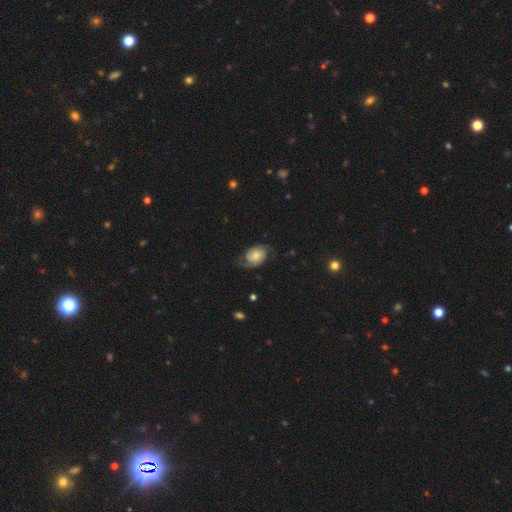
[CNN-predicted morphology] type=featured or disk (65%); edge-on=no (97%); bar=no (75%); spiral arms=yes (92%); winding=medium (41%); arm count=2 (87%); bulge=moderate (37%); merging=none (66%).